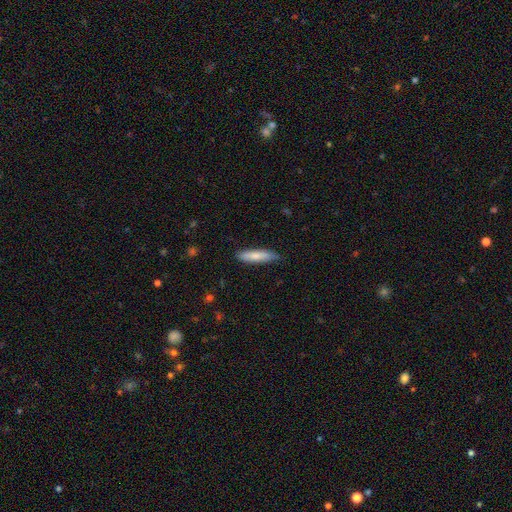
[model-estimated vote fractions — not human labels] The model was most divided on "how rounded": cigar-shaped: 80%, in between: 19%, round: 1%. More confident: merging — none (84%); smooth or featured — smooth (78%).